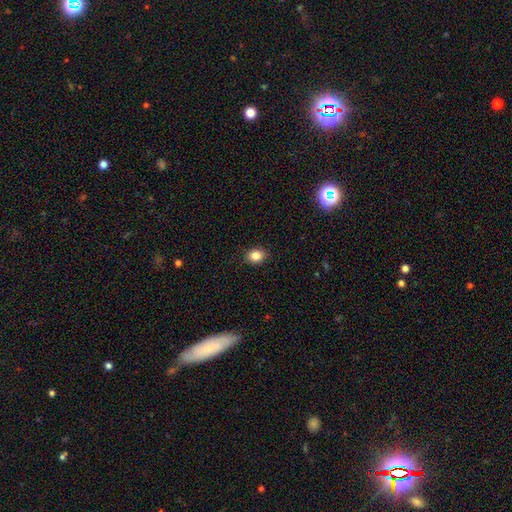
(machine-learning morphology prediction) smooth-or-featured: smooth: 85% | star or artifact: 10% | featured or disk: 5%
  how-rounded: in between: 51% | round: 48% | cigar-shaped: 1%
  merging: none: 89% | minor disturbance: 8% | major disturbance: 2% | merger: 1%